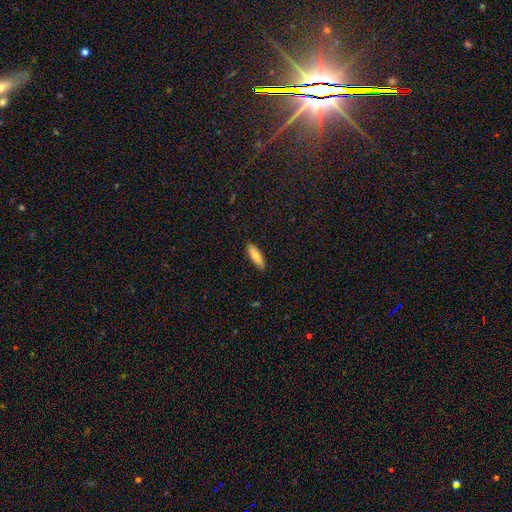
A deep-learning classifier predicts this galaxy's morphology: smooth_or_featured: smooth (p=0.79) [alt: featured or disk p=0.15]
how_rounded: cigar-shaped (p=0.52) [alt: in between p=0.46]
merging: none (p=0.89) [alt: minor disturbance p=0.08]